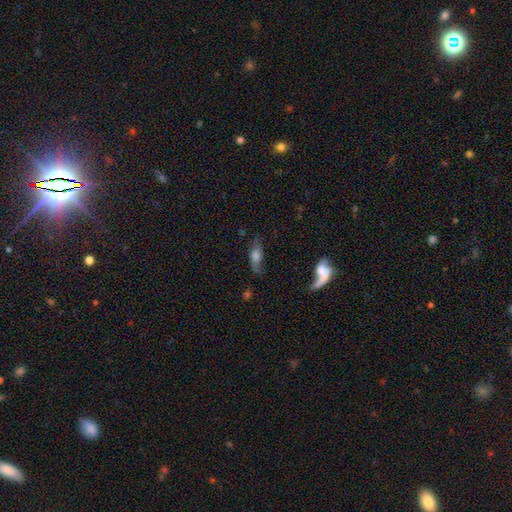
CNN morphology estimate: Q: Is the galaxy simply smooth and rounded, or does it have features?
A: smooth — 48%.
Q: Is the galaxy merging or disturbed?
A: none — 50%.